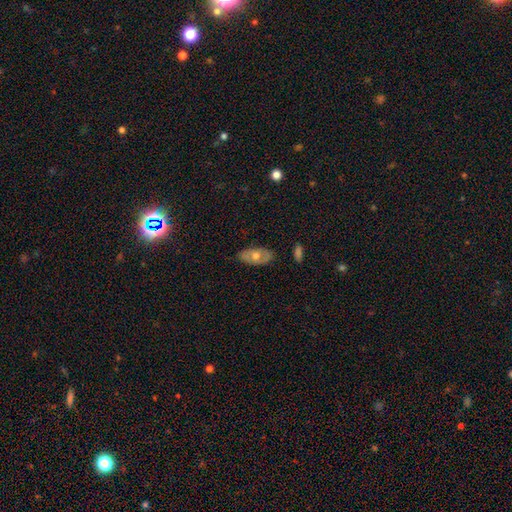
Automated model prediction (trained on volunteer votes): featured or disk 48%, smooth 45%, star or artifact 7%. Down the decision tree: merging — none (79%).